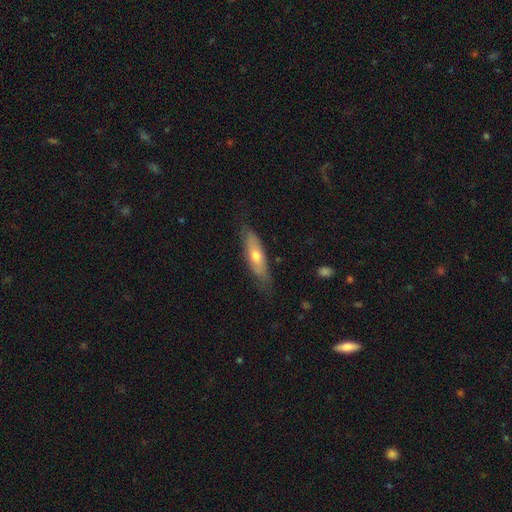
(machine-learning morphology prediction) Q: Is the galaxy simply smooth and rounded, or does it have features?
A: smooth — 52%.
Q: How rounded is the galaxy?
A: cigar-shaped — 60%.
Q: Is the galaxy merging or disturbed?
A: none — 76%.